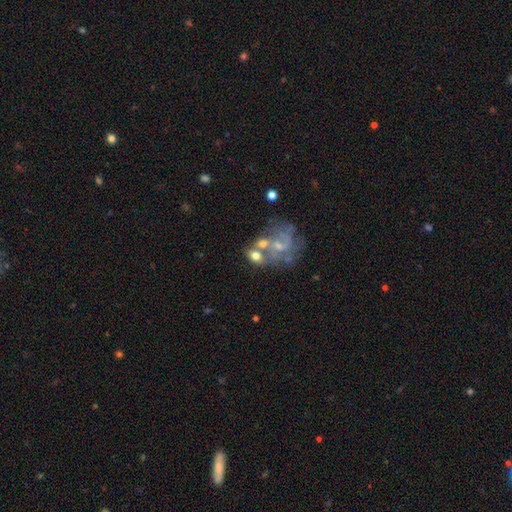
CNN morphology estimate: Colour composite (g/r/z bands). It shows a smooth galaxy with no disk features (46%). Merging: merger (47%).